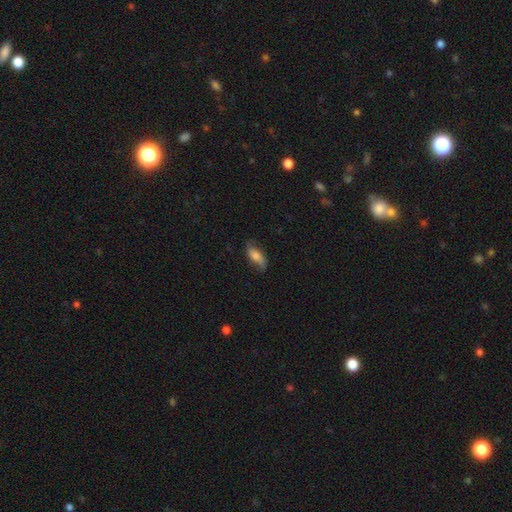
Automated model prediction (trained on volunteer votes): smooth-or-featured: smooth: 55% | featured or disk: 37% | star or artifact: 8%
  how-rounded: in between: 75% | cigar-shaped: 21% | round: 3%
  merging: none: 70% | minor disturbance: 22% | major disturbance: 6% | merger: 1%